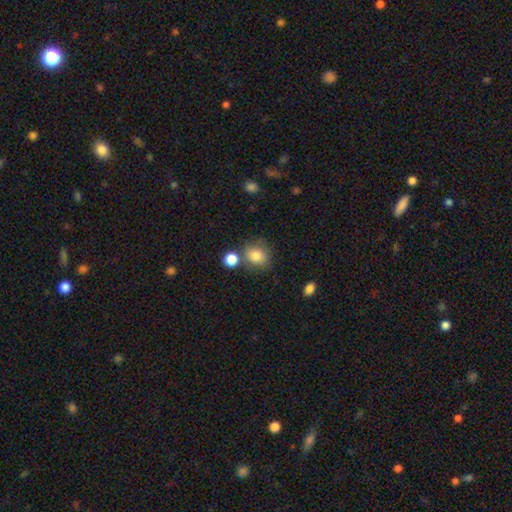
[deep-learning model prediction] Morphology: type=smooth (80%); roundness=round (70%); merging=none (65%).